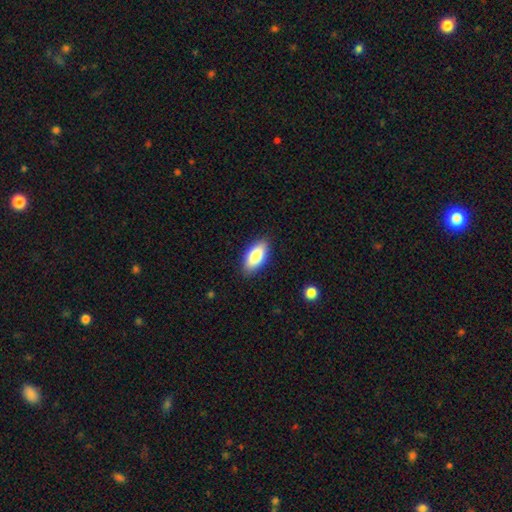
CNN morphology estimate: type=smooth (81%); roundness=in between (90%); merging=none (88%).